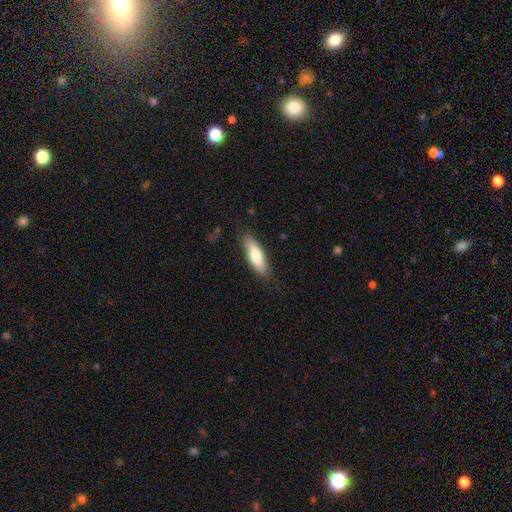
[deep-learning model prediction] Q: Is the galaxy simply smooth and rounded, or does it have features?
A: smooth — 76%.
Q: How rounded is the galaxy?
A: in between — 52%.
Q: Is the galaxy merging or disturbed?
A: none — 82%.